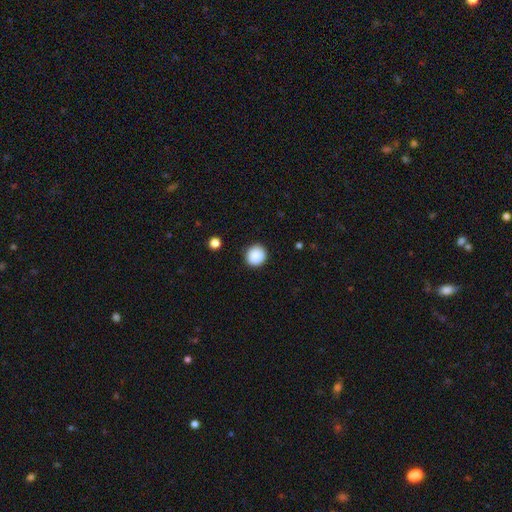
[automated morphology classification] Overall: smooth (89%). How rounded: round (91%). Merging: none (91%).